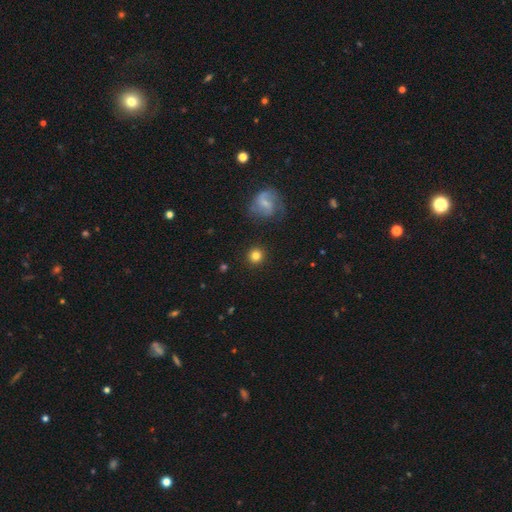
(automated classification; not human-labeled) This appears to be a smooth galaxy with no disk features (79%) that is round (93%). Merging: none (90%).